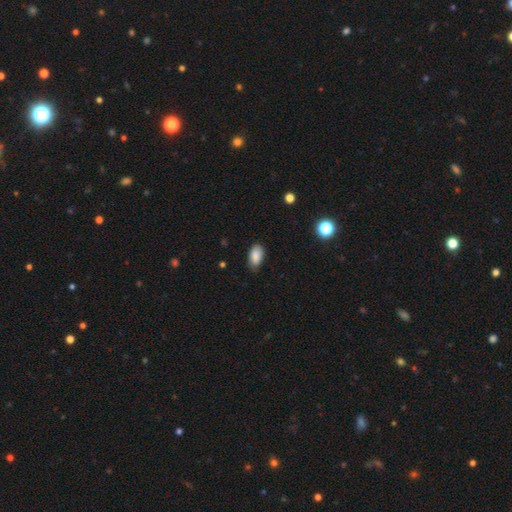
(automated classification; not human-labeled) The model was most divided on "merging": none: 73%, minor disturbance: 22%, major disturbance: 3%, merger: 1%. More confident: how rounded — in between (93%); smooth or featured — smooth (86%).